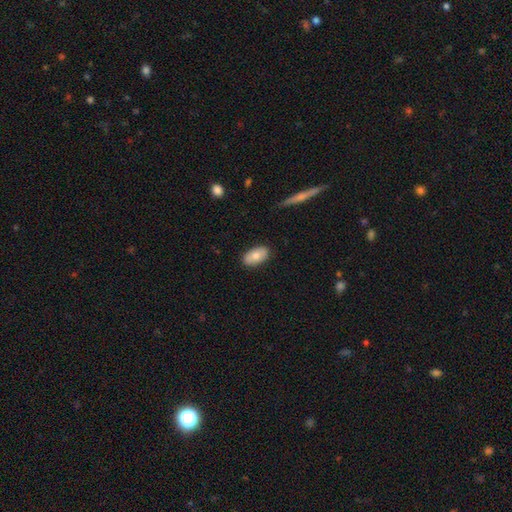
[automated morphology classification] smooth 77%, featured or disk 16%, star or artifact 7%. Down the decision tree: how rounded — in between (94%); merging — none (87%).